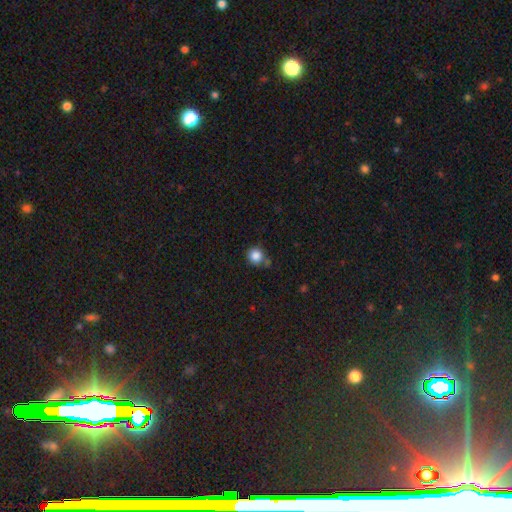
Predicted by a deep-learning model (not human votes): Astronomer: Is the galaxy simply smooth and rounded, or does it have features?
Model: smooth — 85%.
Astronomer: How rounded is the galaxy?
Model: round — 91%.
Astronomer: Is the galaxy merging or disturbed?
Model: none — 70%.